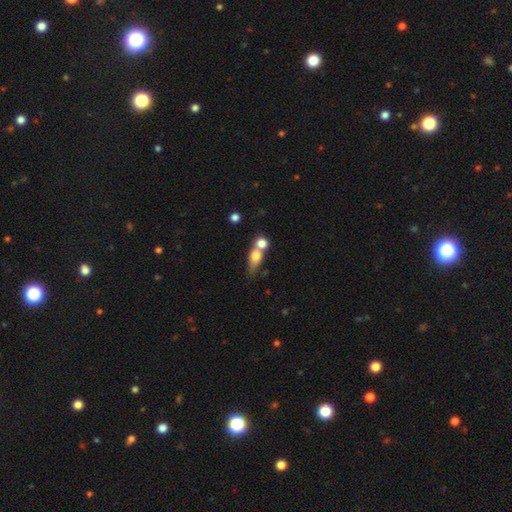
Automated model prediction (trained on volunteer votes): smooth-or-featured: smooth: 69% | featured or disk: 22% | star or artifact: 9%
  how-rounded: in between: 49% | round: 35% | cigar-shaped: 16%
  merging: merger: 51% | none: 30% | minor disturbance: 11% | major disturbance: 8%